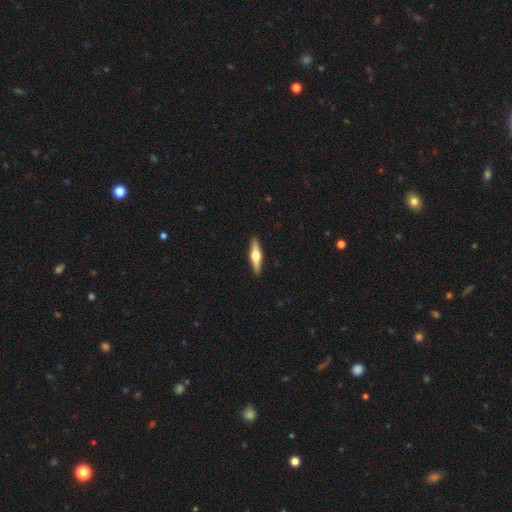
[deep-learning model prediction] A featured or disk galaxy (65%) viewed edge-on (97%) with a rounded central bulge (96%).

Vote fractions:
- Smooth or featured? featured or disk: 65% / smooth: 30% / star or artifact: 5%
- Edge-on disk? yes: 97% / no: 3%
- Edge-on bulge? rounded: 96% / boxy: 3% / none: 2%
- Merging? none: 92% / minor disturbance: 6% / major disturbance: 1% / merger: 1%